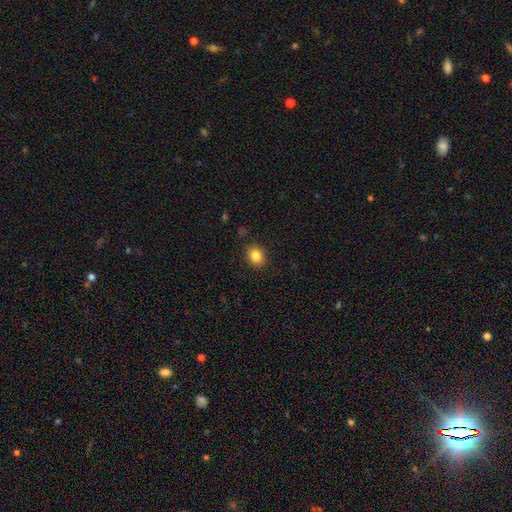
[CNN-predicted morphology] smooth-or-featured: smooth: 84% | star or artifact: 10% | featured or disk: 5%
  how-rounded: round: 52% | in between: 47% | cigar-shaped: 1%
  merging: none: 88% | minor disturbance: 8% | major disturbance: 2% | merger: 1%